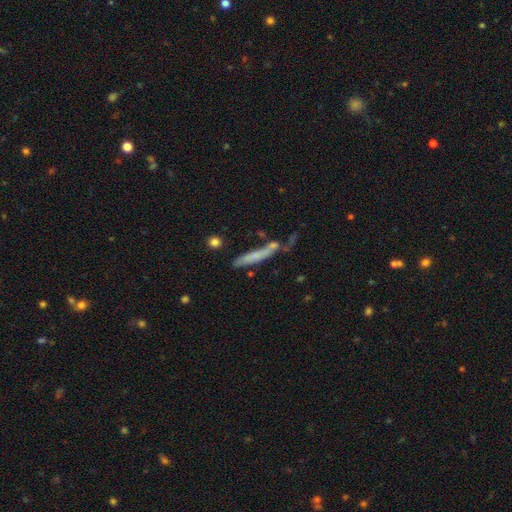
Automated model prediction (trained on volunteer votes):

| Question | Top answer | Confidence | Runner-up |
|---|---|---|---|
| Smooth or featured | smooth | 56% | featured or disk (36%) |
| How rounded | cigar-shaped | 90% | in between (8%) |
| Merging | none | 56% | minor disturbance (19%) |